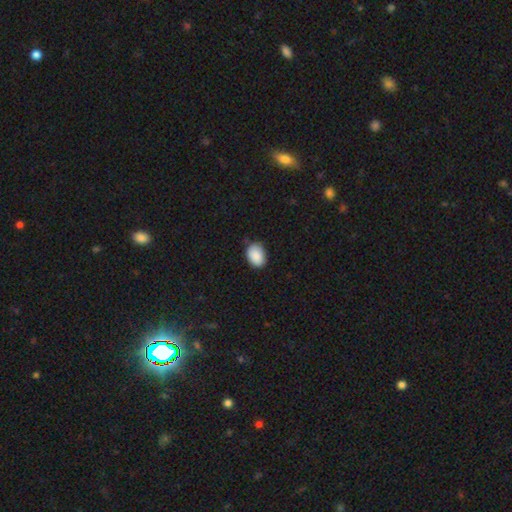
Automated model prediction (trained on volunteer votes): Smooth or featured? Predicted: smooth (p=0.89). How rounded? Predicted: in between (p=0.79). Merging? Predicted: none (p=0.75).